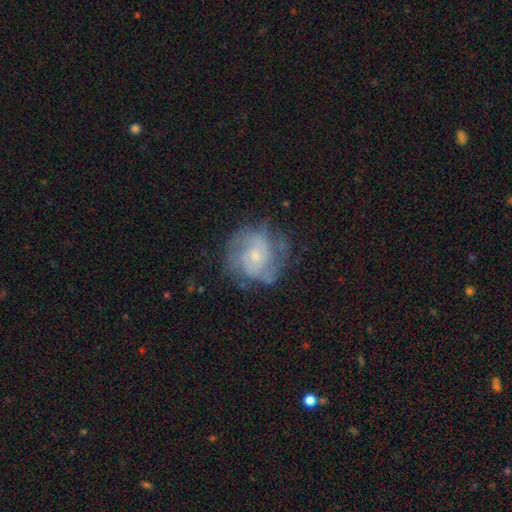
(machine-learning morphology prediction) featured or disk 73%, smooth 20%, star or artifact 8%. Down the decision tree: edge-on disk — no (98%); bar — no (69%); spiral arms — yes (86%); spiral arm count — can't tell (34%); spiral winding — tight (45%); bulge size — small (68%); merging — none (66%).